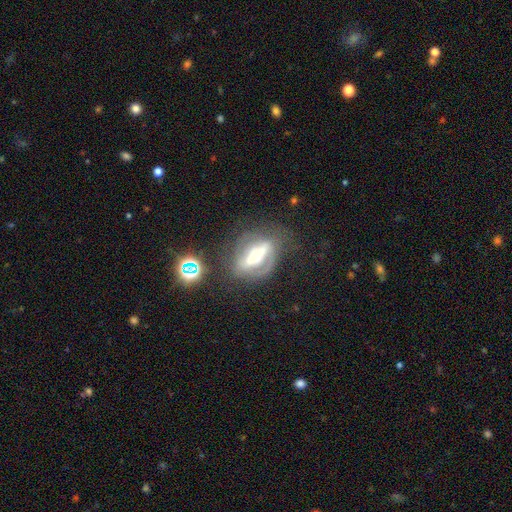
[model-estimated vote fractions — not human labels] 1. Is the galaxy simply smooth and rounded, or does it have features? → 77% featured or disk, 15% smooth, 8% star or artifact.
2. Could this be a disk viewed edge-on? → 82% no, 18% yes.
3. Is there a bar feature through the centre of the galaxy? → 75% strong, 16% weak, 9% no.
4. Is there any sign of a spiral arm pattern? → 68% yes, 32% no.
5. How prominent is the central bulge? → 49% moderate, 31% small, 15% large, 3% dominant, 3% none.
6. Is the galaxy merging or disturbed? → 56% none, 20% minor disturbance, 19% major disturbance, 5% merger.